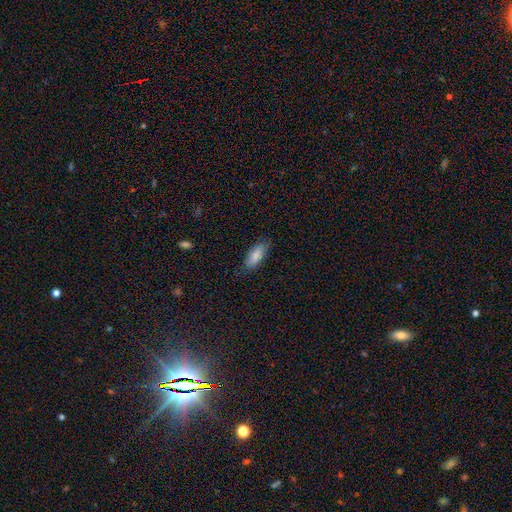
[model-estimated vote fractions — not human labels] Smooth or featured? smooth (85%)
How rounded? in between (76%)
Merging? none (79%)